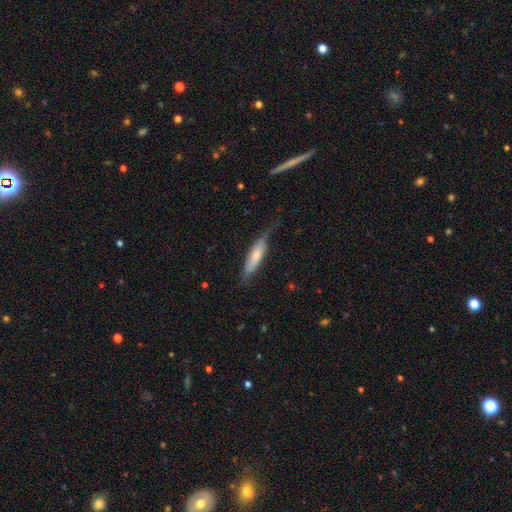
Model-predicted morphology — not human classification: Q: Smooth or featured?
A: smooth (60%); runner-up: featured or disk (34%)
Q: How rounded?
A: cigar-shaped (72%); runner-up: in between (26%)
Q: Merging?
A: none (59%); runner-up: minor disturbance (29%)